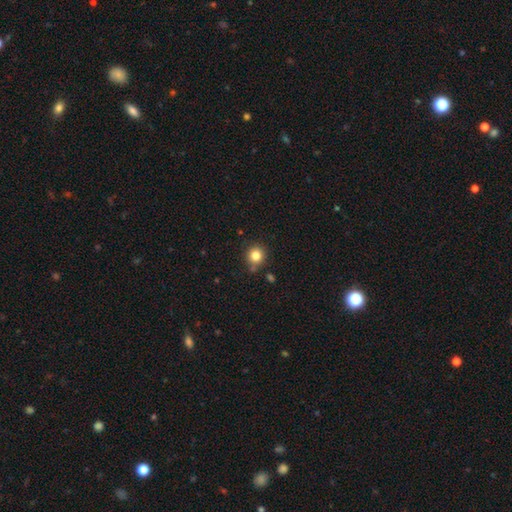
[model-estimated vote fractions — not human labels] A smooth galaxy with no disk features (82%) that is round (91%). Merging: none (79%).